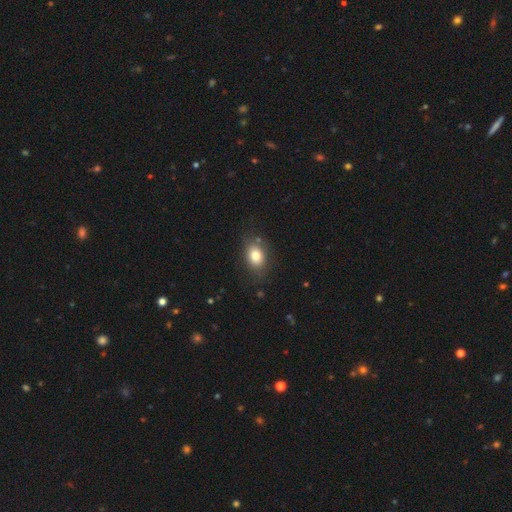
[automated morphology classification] smooth 79%, featured or disk 11%, star or artifact 10%. Down the decision tree: how rounded — in between (72%); merging — none (78%).